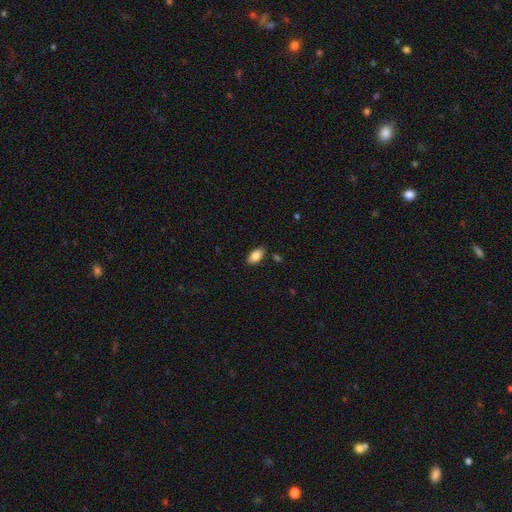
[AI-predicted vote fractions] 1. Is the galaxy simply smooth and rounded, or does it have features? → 85% smooth, 7% star or artifact, 7% featured or disk.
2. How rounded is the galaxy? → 93% in between, 4% round, 4% cigar-shaped.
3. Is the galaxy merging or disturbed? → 85% none, 10% minor disturbance, 2% major disturbance, 2% merger.